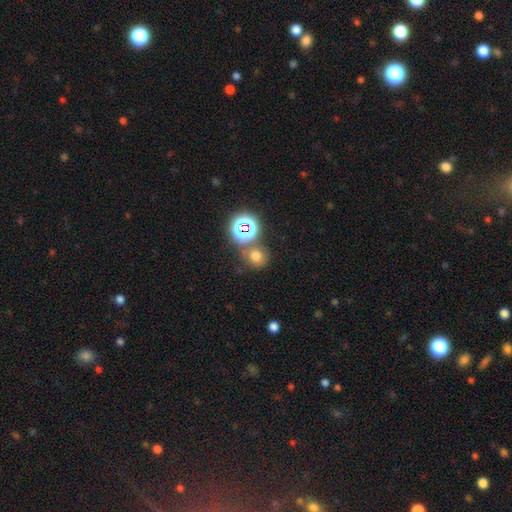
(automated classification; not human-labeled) Q: Smooth or featured?
A: smooth (65%); runner-up: star or artifact (26%)
Q: How rounded?
A: round (80%); runner-up: in between (19%)
Q: Merging?
A: none (64%); runner-up: merger (21%)